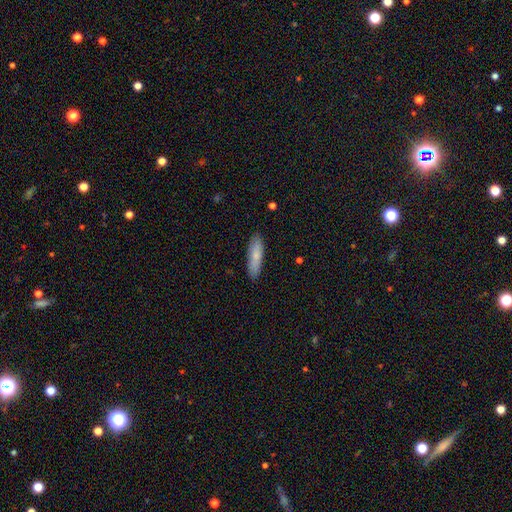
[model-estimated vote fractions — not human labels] This appears to be a smooth galaxy with no disk features (77%) that is cigar-shaped (67%). Merging: none (87%).